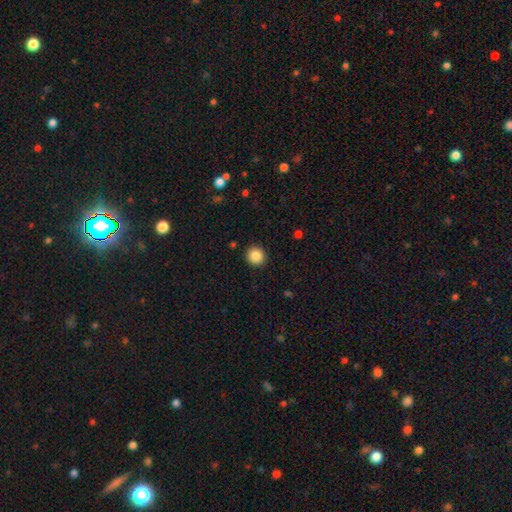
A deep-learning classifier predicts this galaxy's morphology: smooth_or_featured: smooth (p=0.87) [alt: star or artifact p=0.09]
how_rounded: round (p=0.91) [alt: in between p=0.08]
merging: none (p=0.92) [alt: minor disturbance p=0.05]